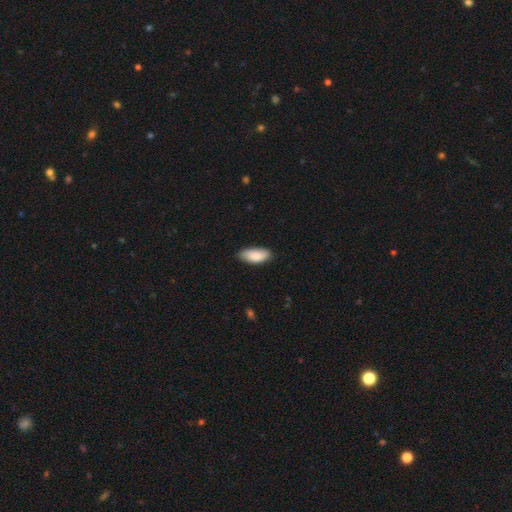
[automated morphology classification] smooth-or-featured: smooth: 87% | featured or disk: 7% | star or artifact: 6%
  how-rounded: in between: 89% | cigar-shaped: 10% | round: 2%
  merging: none: 79% | minor disturbance: 18% | major disturbance: 2% | merger: 1%